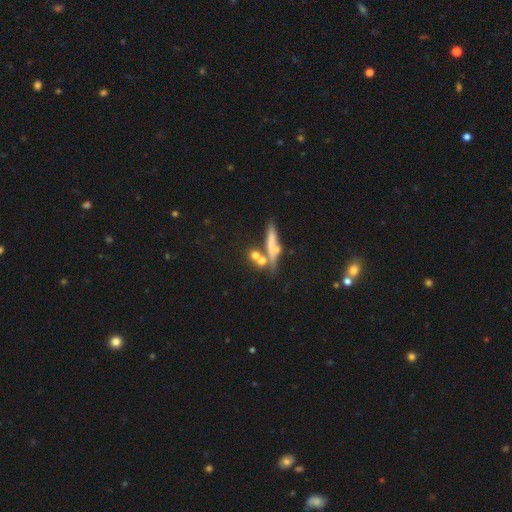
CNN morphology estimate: Q: Smooth or featured?
A: smooth (58%); runner-up: featured or disk (27%)
Q: How rounded?
A: cigar-shaped (41%); runner-up: round (36%)
Q: Merging?
A: none (47%); runner-up: merger (33%)